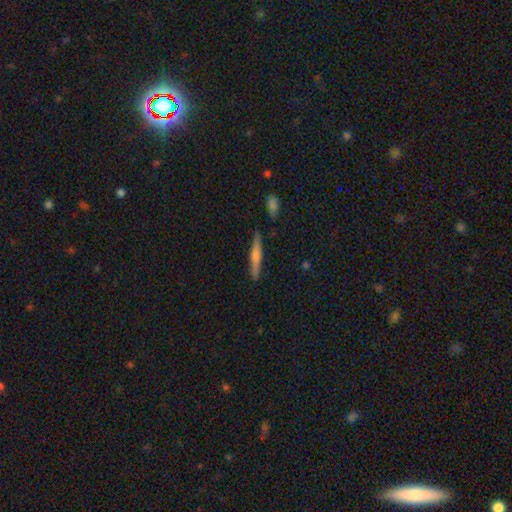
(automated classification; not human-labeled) This is possibly a featured or disk galaxy (47%). Merging: clearly none (88%).